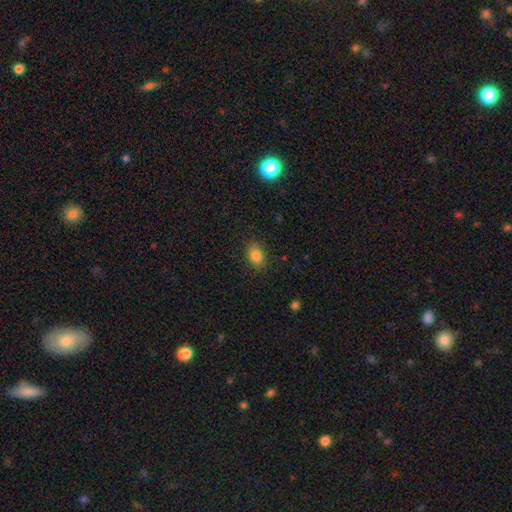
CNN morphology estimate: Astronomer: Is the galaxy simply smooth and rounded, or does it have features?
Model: smooth — 84%.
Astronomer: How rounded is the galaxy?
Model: in between — 73%.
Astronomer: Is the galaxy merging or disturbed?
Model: none — 84%.